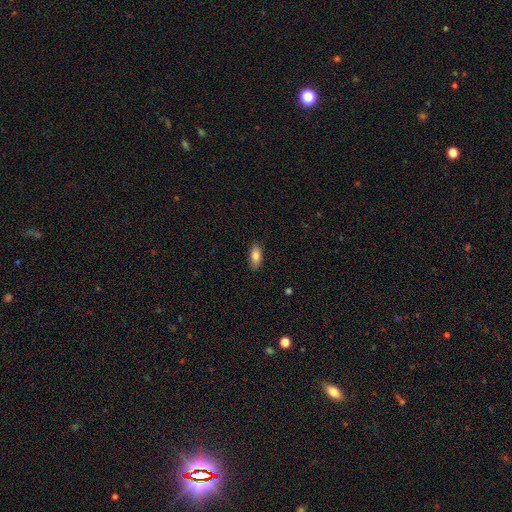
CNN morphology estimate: Smooth or featured?
  - smooth: 82% *
  - featured or disk: 11%
  - star or artifact: 7%
How rounded?
  - in between: 86% *
  - cigar-shaped: 11%
  - round: 3%
Merging?
  - none: 88% *
  - minor disturbance: 9%
  - major disturbance: 2%
  - merger: 1%